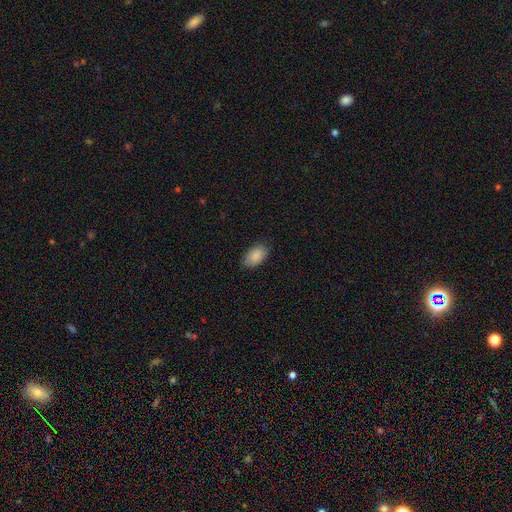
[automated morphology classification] smooth 89%, star or artifact 6%, featured or disk 5%. Down the decision tree: how rounded — in between (93%); merging — none (83%).